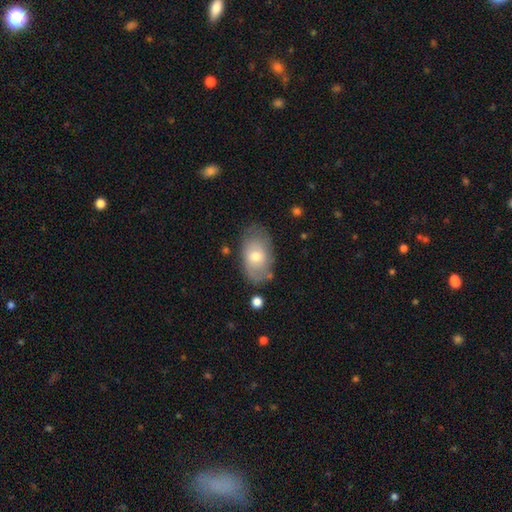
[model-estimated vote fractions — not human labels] Morphology: type=smooth (59%); roundness=in between (90%); merging=none (72%).